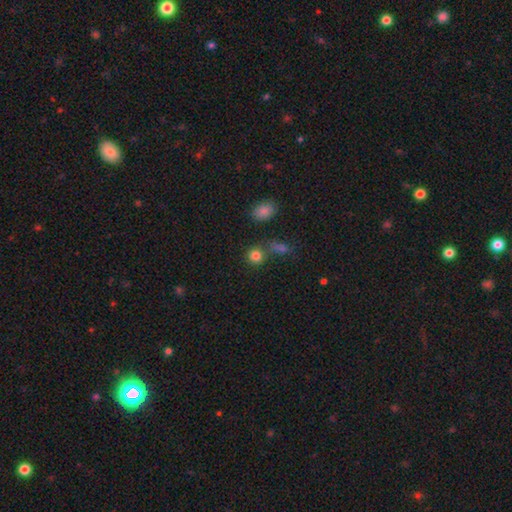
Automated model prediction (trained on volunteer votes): Smooth or featured: smooth — 82% (star or artifact — 12%)
How rounded: round — 87% (in between — 12%)
Merging: none — 71% (merger — 15%)